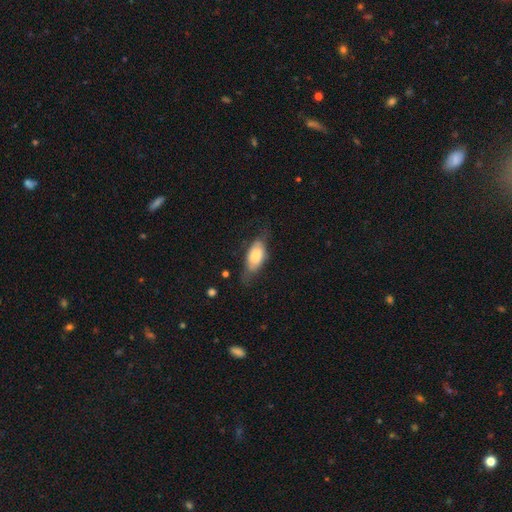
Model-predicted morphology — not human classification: Smooth or featured: smooth — 68% (featured or disk — 26%)
How rounded: in between — 86% (cigar-shaped — 11%)
Merging: none — 59% (minor disturbance — 28%)